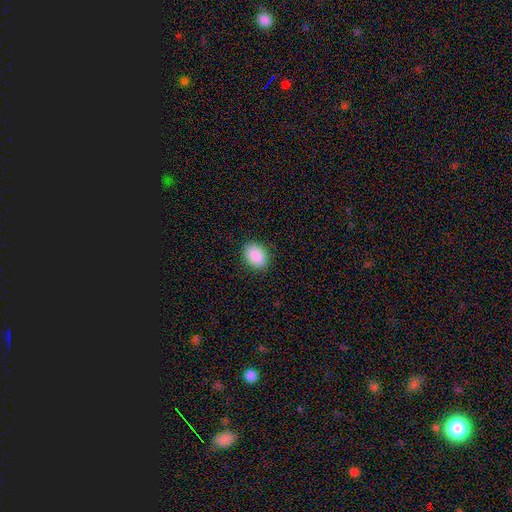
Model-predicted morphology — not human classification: type=smooth (90%); roundness=in between (75%); merging=none (88%).